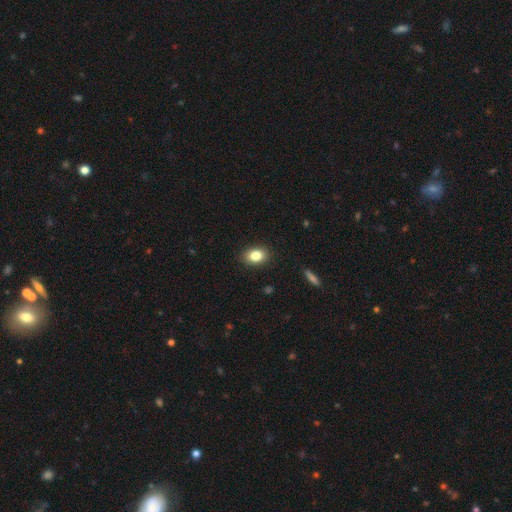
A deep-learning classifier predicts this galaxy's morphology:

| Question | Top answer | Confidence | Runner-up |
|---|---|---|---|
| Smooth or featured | smooth | 83% | star or artifact (9%) |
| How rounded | in between | 72% | round (27%) |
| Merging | none | 89% | minor disturbance (8%) |